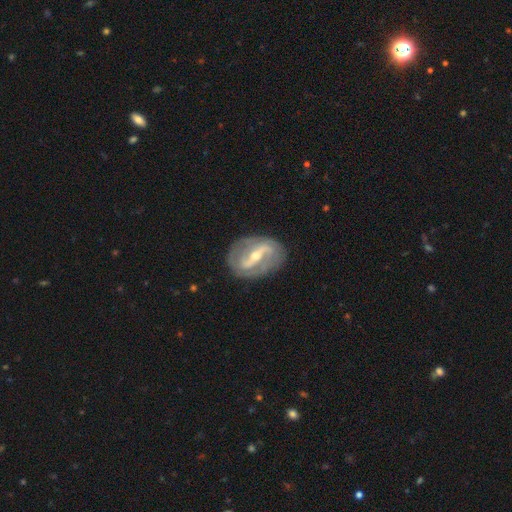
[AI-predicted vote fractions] A featured or disk galaxy (85%) with a strong bar (68%), 2 (80%) medium (39%) spiral arms (83%) and a moderate central bulge (50%).

Vote fractions:
- Smooth or featured? featured or disk: 85% / smooth: 9% / star or artifact: 5%
- Edge-on disk? no: 93% / yes: 7%
- Bar? strong: 68% / weak: 24% / no: 8%
- Spiral arms? yes: 83% / no: 17%
- Spiral winding? medium: 39% / tight: 34% / loose: 27%
- Spiral arm count? 2: 80% / can't tell: 11% / 3: 3% / 1: 3% / 4: 1% / more than 4: 1%
- Bulge size? moderate: 50% / small: 46% / large: 2% / none: 1% / dominant: 1%
- Merging? none: 81% / minor disturbance: 13% / major disturbance: 5% / merger: 1%